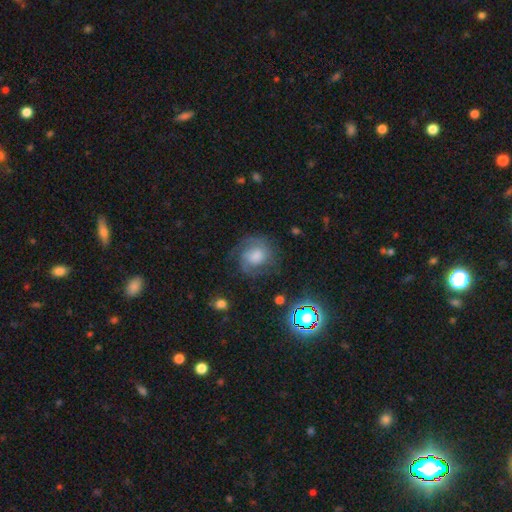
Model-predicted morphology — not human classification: Overall: featured or disk (67%). Edge-on disk: no (98%). Bar: no (66%; weak 29%). Spiral arms: yes (93%). Spiral arm count: 2 (47%; can't tell 22%). Spiral winding: tight (48%; medium 41%). Bulge size: moderate (40%; large 25%). Merging: none (71%).